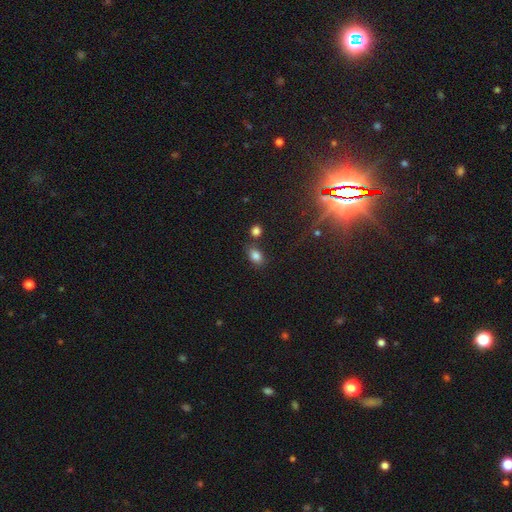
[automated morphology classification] Smooth or featured? smooth (82%)
How rounded? in between (80%)
Merging? none (68%)